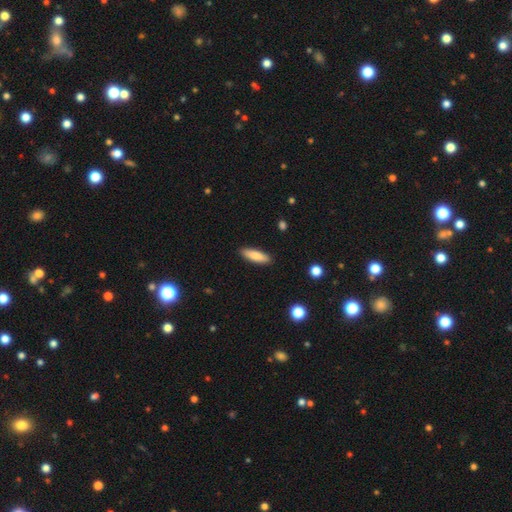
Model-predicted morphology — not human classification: smooth 83%, featured or disk 12%, star or artifact 6%. Down the decision tree: how rounded — cigar-shaped (56%); merging — none (89%).